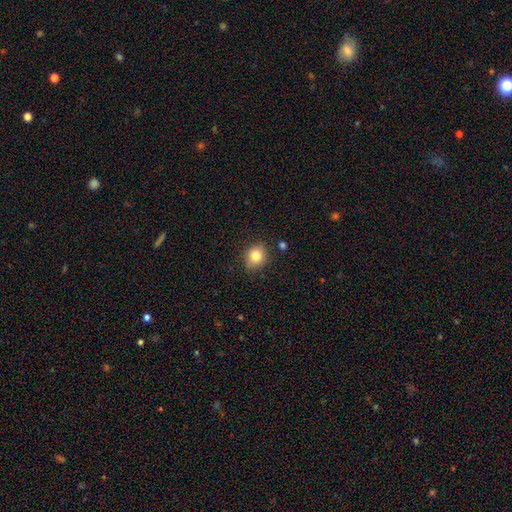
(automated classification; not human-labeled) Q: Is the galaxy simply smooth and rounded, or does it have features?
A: smooth — 82%.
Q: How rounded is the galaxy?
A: round — 75%.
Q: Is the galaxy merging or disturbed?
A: none — 81%.